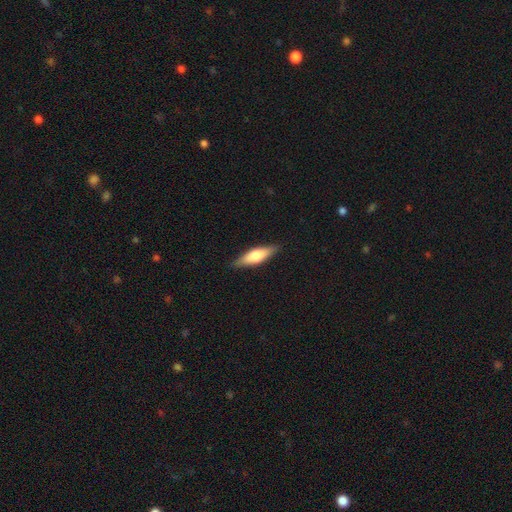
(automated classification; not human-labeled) smooth_or_featured: smooth (p=0.61) [alt: featured or disk p=0.33]
how_rounded: cigar-shaped (p=0.54) [alt: in between p=0.44]
merging: none (p=0.87) [alt: minor disturbance p=0.10]